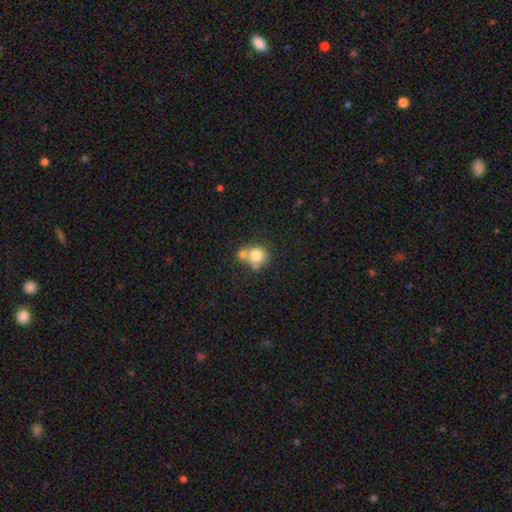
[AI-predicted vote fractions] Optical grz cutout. It shows a smooth galaxy with no disk features (73%) that is round (80%). Merging: merger (45%).